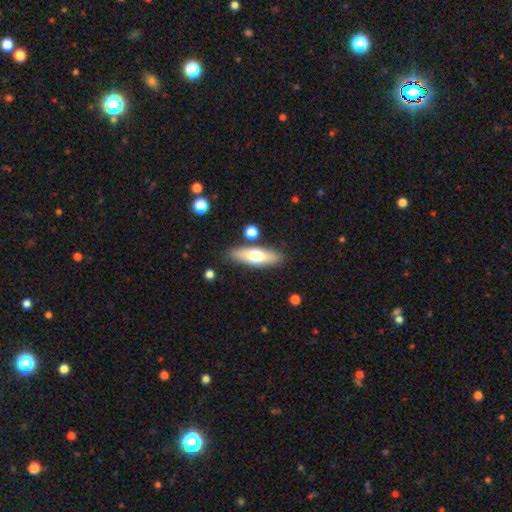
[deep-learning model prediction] The model was most divided on "how rounded": cigar-shaped: 51%, in between: 46%, round: 3%. More confident: merging — none (84%); smooth or featured — smooth (62%).